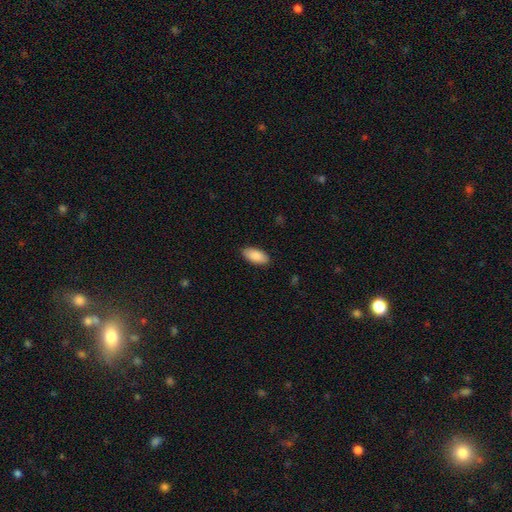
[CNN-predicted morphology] A smooth galaxy with no disk features (90%) that is in between round and cigar-shaped (92%).

Vote fractions:
- Smooth or featured? smooth: 90% / star or artifact: 6% / featured or disk: 4%
- How rounded? in between: 92% / cigar-shaped: 6% / round: 2%
- Merging? none: 88% / minor disturbance: 9% / major disturbance: 2% / merger: 1%